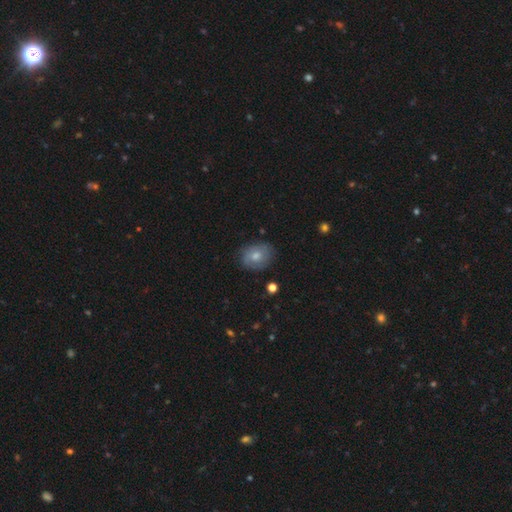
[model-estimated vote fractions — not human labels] This is possibly a smooth galaxy (59%). How rounded: possibly in between (55%). Merging: likely none (77%).